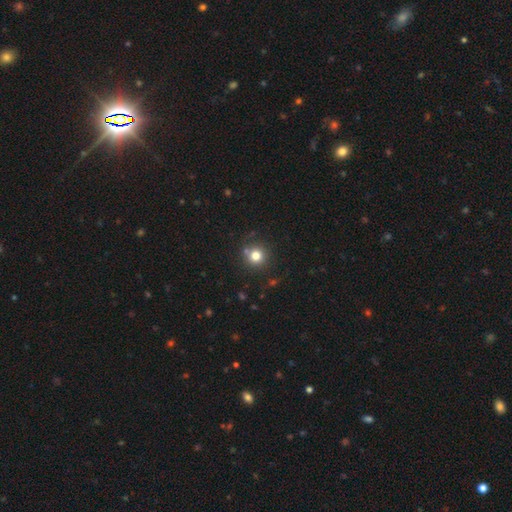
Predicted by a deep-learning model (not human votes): Smooth or featured? smooth (79%)
How rounded? round (93%)
Merging? none (81%)